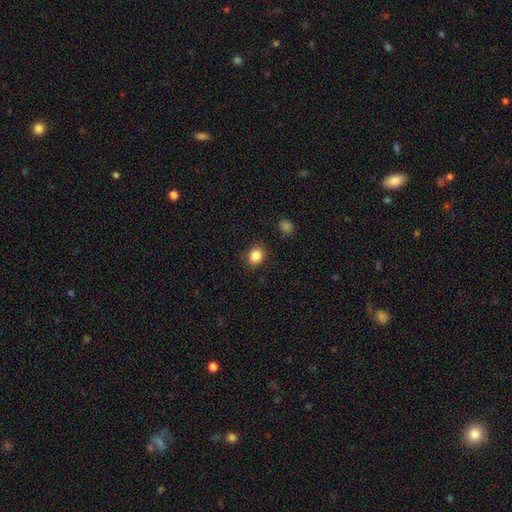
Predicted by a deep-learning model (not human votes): A smooth galaxy with no disk features (86%) that is round (61%). Merging: none (84%).